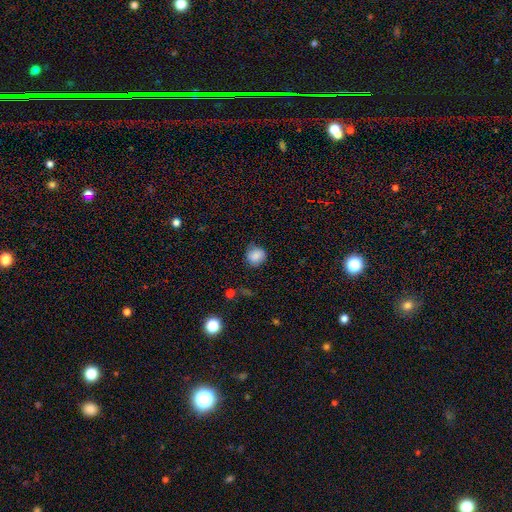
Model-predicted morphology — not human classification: type=smooth (84%); roundness=round (83%); merging=none (78%).